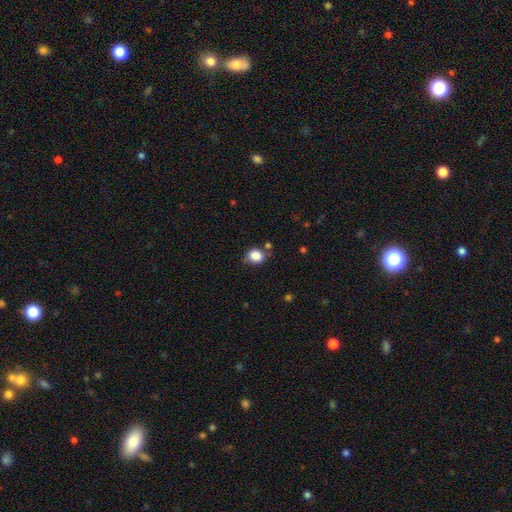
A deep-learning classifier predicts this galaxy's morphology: Smooth or featured? smooth (84%)
How rounded? round (54%)
Merging? none (65%)